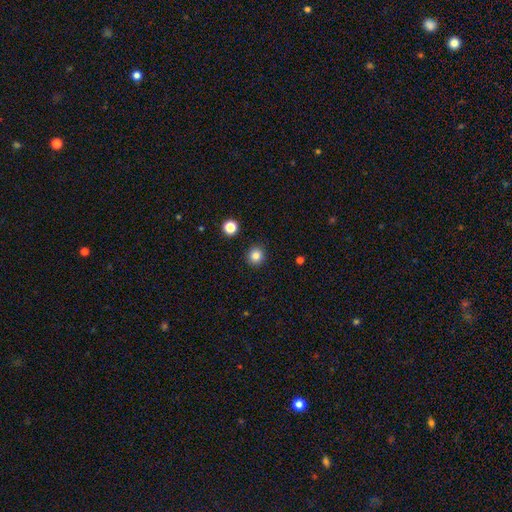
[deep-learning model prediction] smooth-or-featured: smooth: 84% | star or artifact: 12% | featured or disk: 4%
  how-rounded: round: 91% | in between: 8% | cigar-shaped: 1%
  merging: none: 92% | minor disturbance: 5% | major disturbance: 2% | merger: 1%